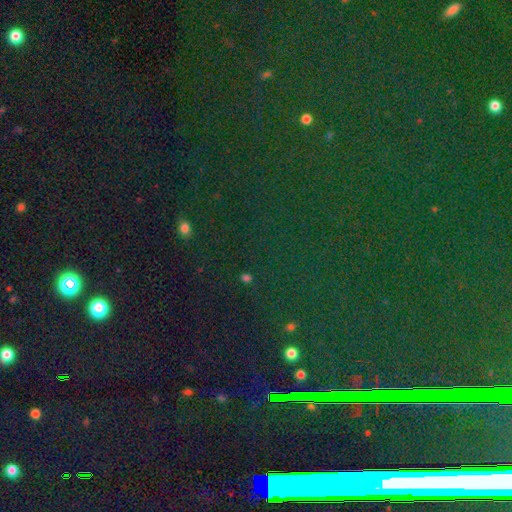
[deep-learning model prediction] The model was most divided on "smooth or featured": star or artifact: 81%, smooth: 11%, featured or disk: 8%.